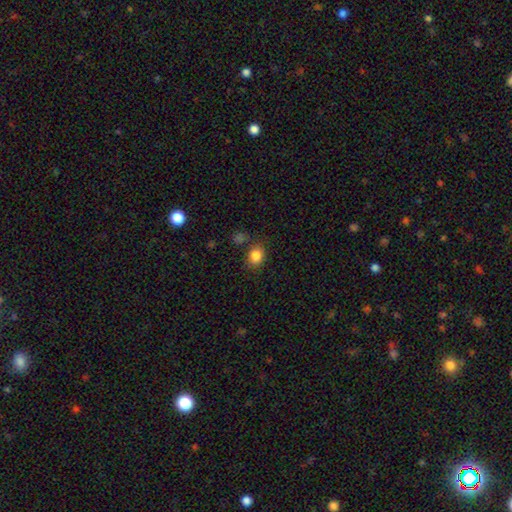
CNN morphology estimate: Q: Smooth or featured?
A: smooth (84%); runner-up: star or artifact (11%)
Q: How rounded?
A: in between (50%); runner-up: round (49%)
Q: Merging?
A: none (76%); runner-up: minor disturbance (14%)